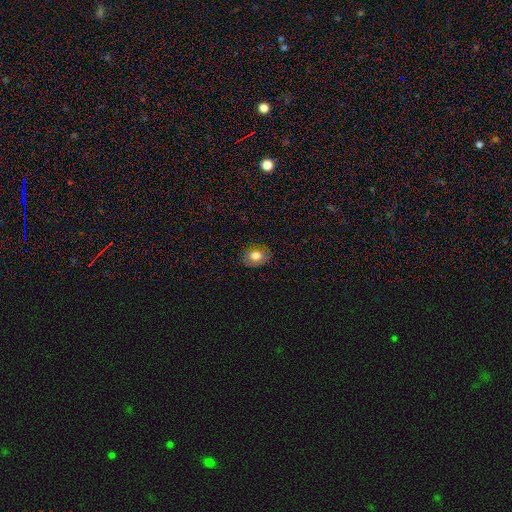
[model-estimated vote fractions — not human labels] Smooth or featured: smooth — 76% (featured or disk — 15%)
How rounded: in between — 61% (round — 38%)
Merging: none — 81% (minor disturbance — 14%)